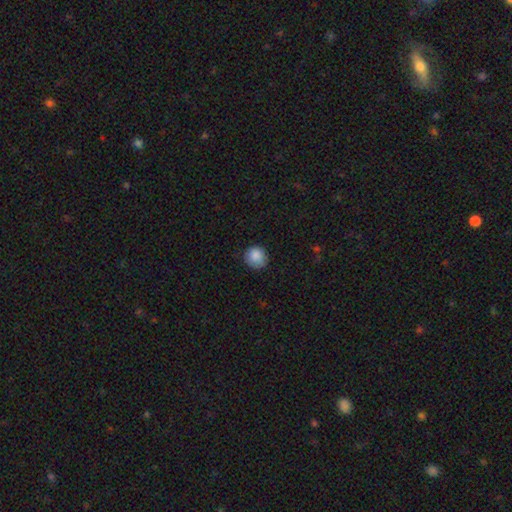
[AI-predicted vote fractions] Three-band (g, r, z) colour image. It shows a smooth galaxy with no disk features (87%) that is round (87%). Merging: none (79%).